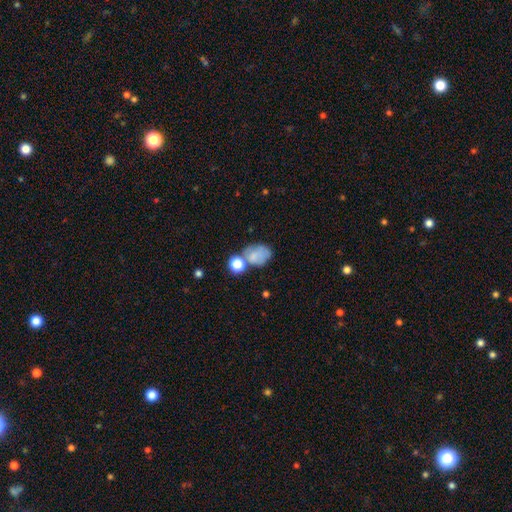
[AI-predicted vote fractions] Morphology: type=smooth (71%); roundness=in between (67%); merging=none (39%).